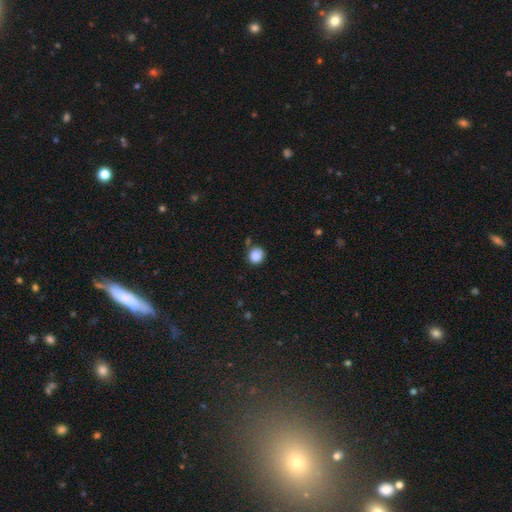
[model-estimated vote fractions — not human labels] Overall: smooth (86%). How rounded: round (87%). Merging: none (80%).